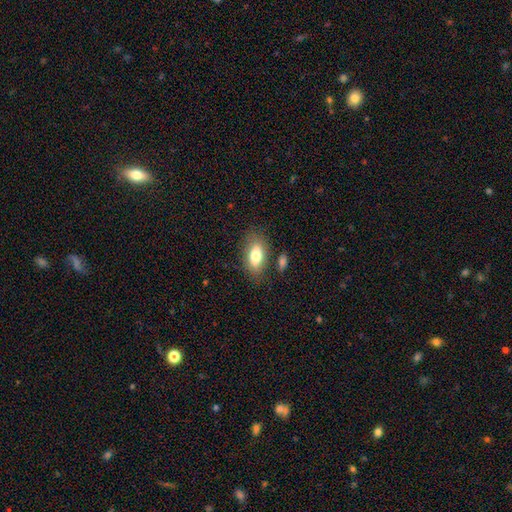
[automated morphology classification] Smooth or featured?
  - smooth: 76% *
  - featured or disk: 17%
  - star or artifact: 7%
How rounded?
  - in between: 88% *
  - cigar-shaped: 7%
  - round: 5%
Merging?
  - none: 74% *
  - minor disturbance: 15%
  - merger: 6%
  - major disturbance: 4%